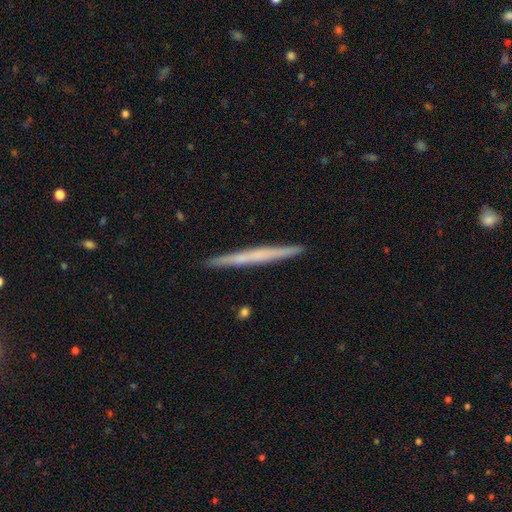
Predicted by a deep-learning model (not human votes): smooth-or-featured: smooth: 47% (tied) | featured or disk: 47% (tied) | star or artifact: 6%
  merging: none: 92% | minor disturbance: 5% | major disturbance: 1% | merger: 1%